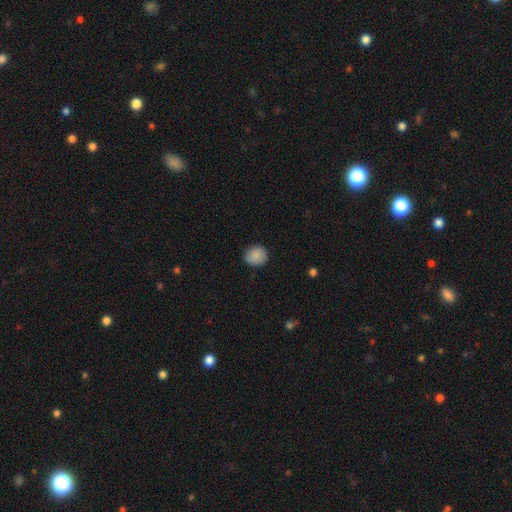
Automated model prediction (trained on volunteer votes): smooth 87%, star or artifact 7%, featured or disk 6%. Down the decision tree: how rounded — round (77%); merging — none (86%).